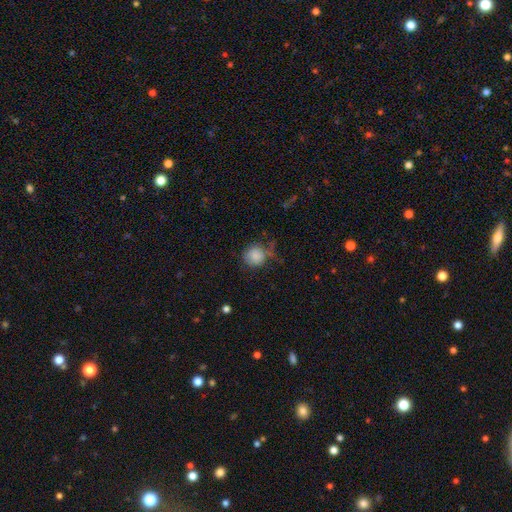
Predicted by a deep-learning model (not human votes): smooth 84%, star or artifact 9%, featured or disk 7%. Down the decision tree: how rounded — round (87%); merging — none (57%).